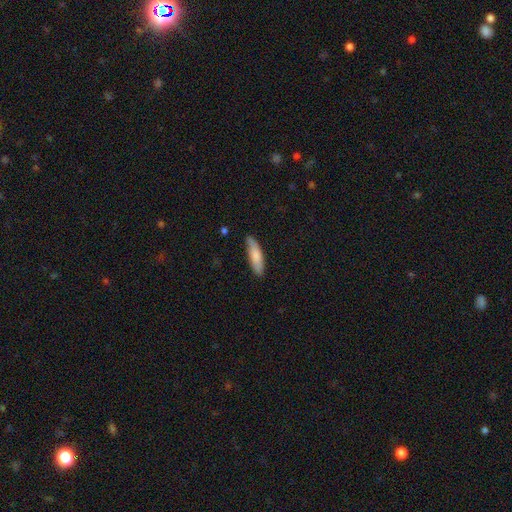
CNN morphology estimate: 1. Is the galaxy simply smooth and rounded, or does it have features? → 79% smooth, 15% featured or disk, 6% star or artifact.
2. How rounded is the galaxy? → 62% cigar-shaped, 37% in between, 1% round.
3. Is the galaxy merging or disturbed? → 79% none, 17% minor disturbance, 3% major disturbance, 2% merger.